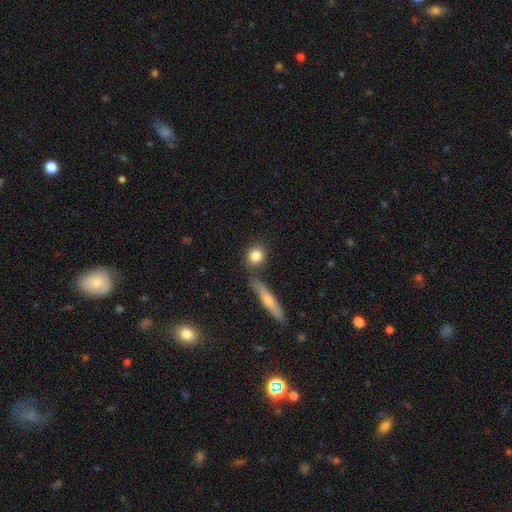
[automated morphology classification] The model was most divided on "merging": none: 72%, merger: 14%, minor disturbance: 11%, major disturbance: 4%. More confident: smooth or featured — smooth (81%); how rounded — round (78%).